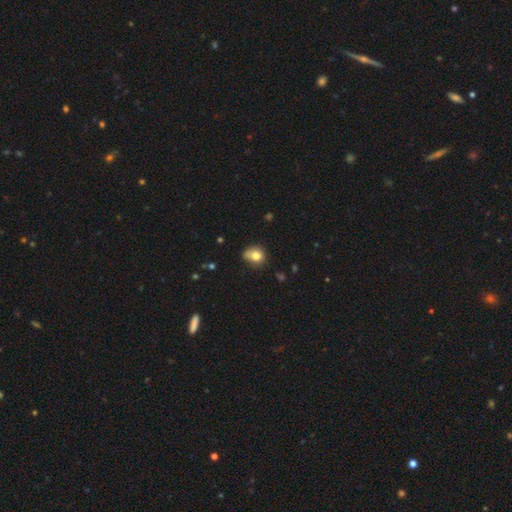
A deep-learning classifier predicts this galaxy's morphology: Q: Smooth or featured?
A: smooth (78%); runner-up: star or artifact (11%)
Q: How rounded?
A: round (65%); runner-up: in between (34%)
Q: Merging?
A: none (56%); runner-up: minor disturbance (31%)